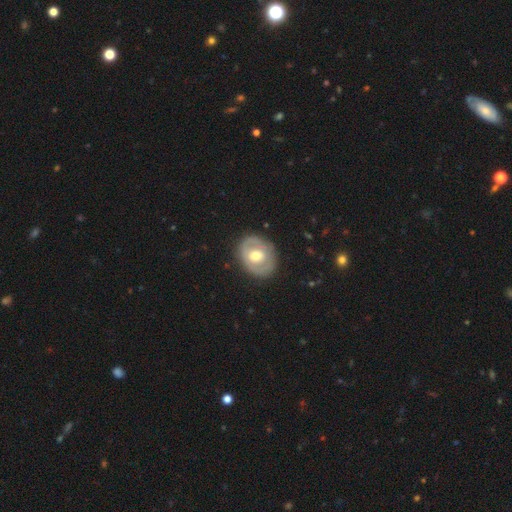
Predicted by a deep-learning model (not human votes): featured or disk 53%, smooth 42%, star or artifact 5%. Down the decision tree: edge-on disk — no (95%); bar — no (62%); spiral arms — no (72%); bulge size — moderate (75%); merging — none (81%).